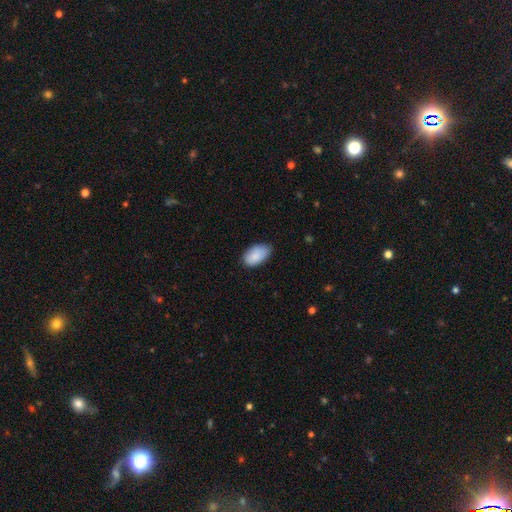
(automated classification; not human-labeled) The model was most divided on "merging": none: 74%, minor disturbance: 22%, major disturbance: 3%, merger: 1%. More confident: how rounded — in between (95%); smooth or featured — smooth (88%).